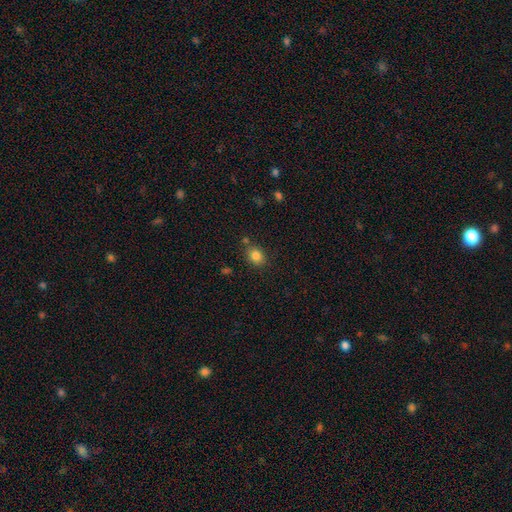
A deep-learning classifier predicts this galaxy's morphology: A smooth galaxy with no disk features (83%) that is round (53%). Merging: none (78%).